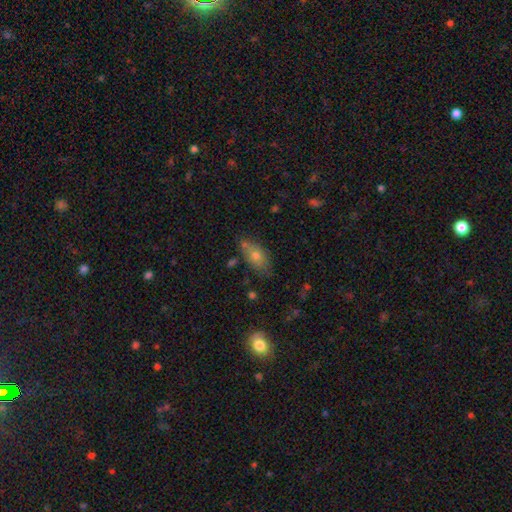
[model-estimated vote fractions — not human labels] A smooth galaxy with no disk features (69%) that is in between round and cigar-shaped (84%).

Vote fractions:
- Smooth or featured? smooth: 69% / featured or disk: 21% / star or artifact: 10%
- How rounded? in between: 84% / cigar-shaped: 9% / round: 8%
- Merging? none: 64% / minor disturbance: 20% / merger: 11% / major disturbance: 5%